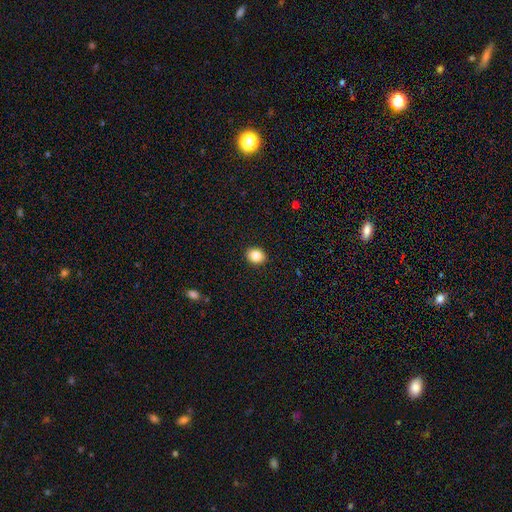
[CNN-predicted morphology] type=smooth (86%); roundness=round (61%); merging=none (92%).